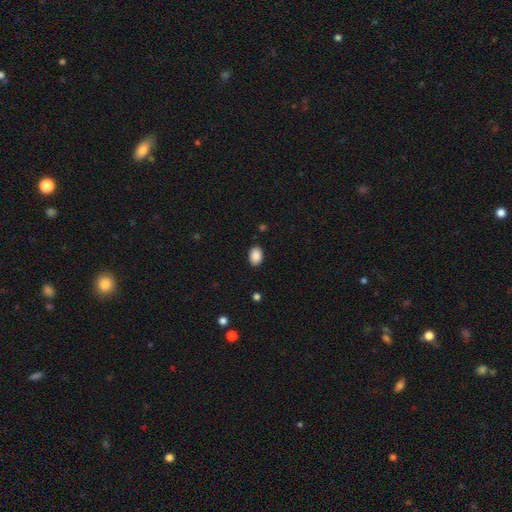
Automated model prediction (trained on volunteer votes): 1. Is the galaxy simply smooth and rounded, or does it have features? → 89% smooth, 8% star or artifact, 3% featured or disk.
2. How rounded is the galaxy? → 78% in between, 21% round, 1% cigar-shaped.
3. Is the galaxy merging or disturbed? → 88% none, 9% minor disturbance, 2% major disturbance, 1% merger.